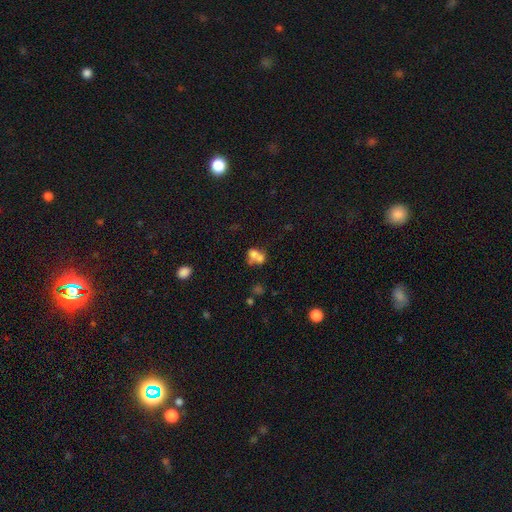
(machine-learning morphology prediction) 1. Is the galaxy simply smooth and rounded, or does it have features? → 63% smooth, 24% featured or disk, 13% star or artifact.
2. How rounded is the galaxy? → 54% round, 45% in between, 1% cigar-shaped.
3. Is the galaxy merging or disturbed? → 65% merger, 23% none, 7% minor disturbance, 5% major disturbance.